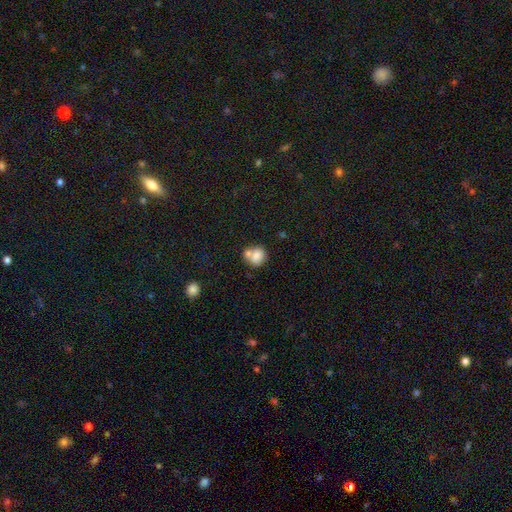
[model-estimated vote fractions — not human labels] A smooth galaxy with no disk features (77%) that is round (73%).

Vote fractions:
- Smooth or featured? smooth: 77% / featured or disk: 14% / star or artifact: 9%
- How rounded? round: 73% / in between: 26% / cigar-shaped: 1%
- Merging? none: 43% / merger: 41% / minor disturbance: 11% / major disturbance: 4%